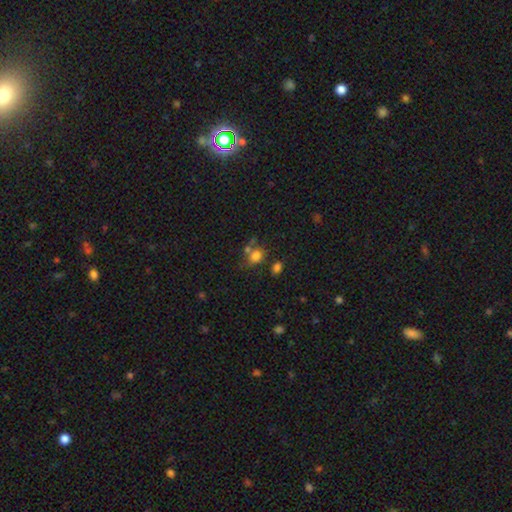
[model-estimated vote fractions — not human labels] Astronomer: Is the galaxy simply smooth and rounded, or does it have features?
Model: smooth — 75%.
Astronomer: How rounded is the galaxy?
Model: round — 54% (runner-up: in between, 45%).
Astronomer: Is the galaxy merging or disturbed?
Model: none — 47% (runner-up: merger, 30%).